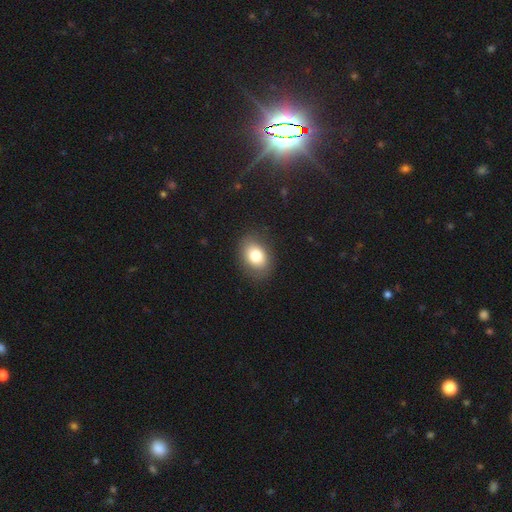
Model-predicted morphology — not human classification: Smooth or featured: smooth — 78% (featured or disk — 14%)
How rounded: in between — 73% (round — 26%)
Merging: none — 84% (minor disturbance — 12%)